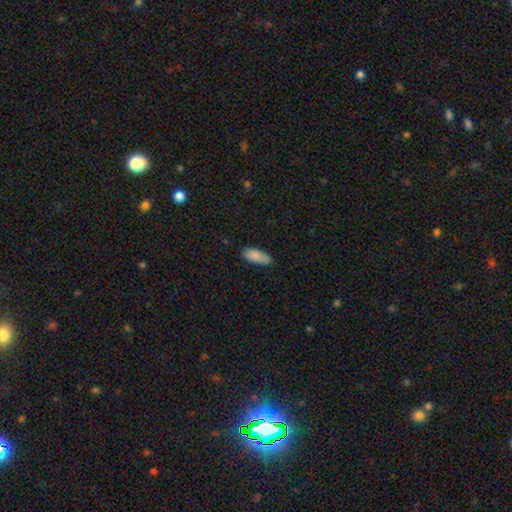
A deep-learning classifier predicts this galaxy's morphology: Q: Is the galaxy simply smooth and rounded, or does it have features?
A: smooth — 85%.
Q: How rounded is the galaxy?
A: in between — 72%.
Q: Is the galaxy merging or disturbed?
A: none — 75%.